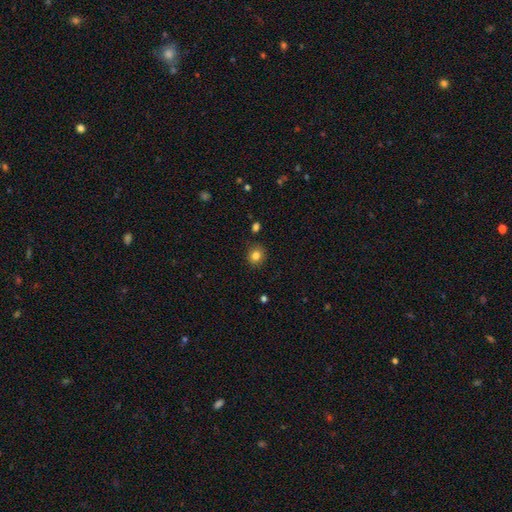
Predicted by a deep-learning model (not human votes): This is clearly a smooth galaxy (82%). How rounded: likely round (78%). Merging: clearly none (87%).